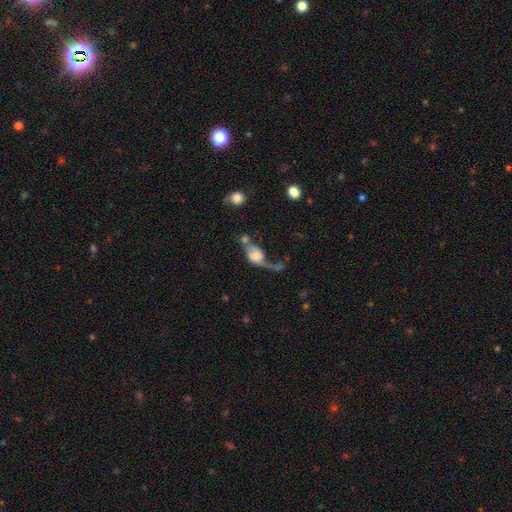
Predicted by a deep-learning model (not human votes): smooth_or_featured: smooth (p=0.46) [alt: featured or disk p=0.45]
merging: major disturbance (p=0.37) [alt: merger p=0.32]